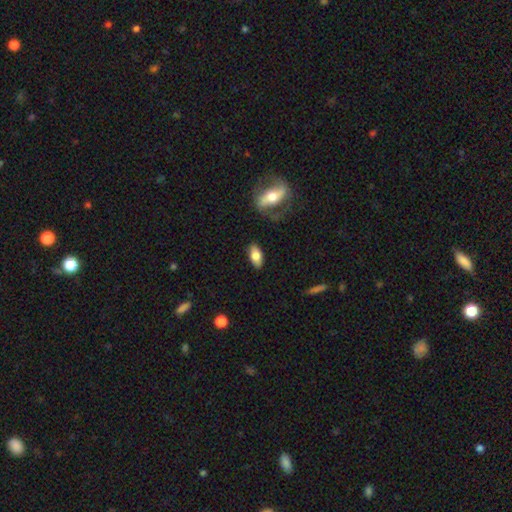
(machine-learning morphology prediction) Smooth or featured: smooth — 72% (featured or disk — 22%)
How rounded: in between — 86% (cigar-shaped — 11%)
Merging: none — 85% (minor disturbance — 11%)